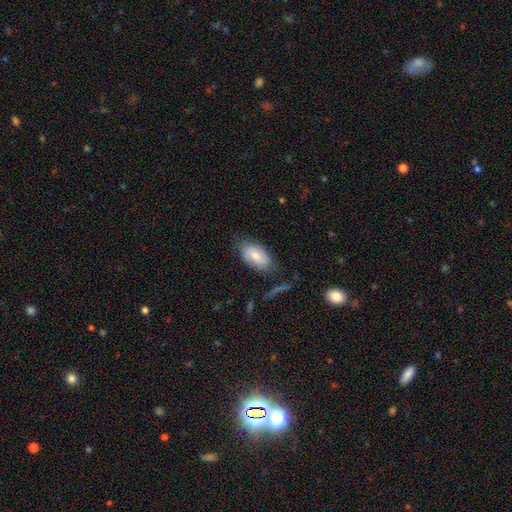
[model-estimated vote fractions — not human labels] smooth 76%, featured or disk 18%, star or artifact 6%. Down the decision tree: how rounded — in between (93%); merging — none (71%).